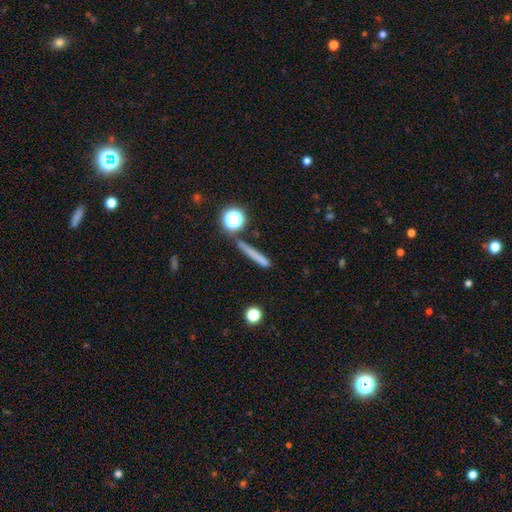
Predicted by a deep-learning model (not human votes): Smooth or featured: smooth — 67% (featured or disk — 20%)
How rounded: cigar-shaped — 90% (round — 6%)
Merging: none — 82% (minor disturbance — 10%)